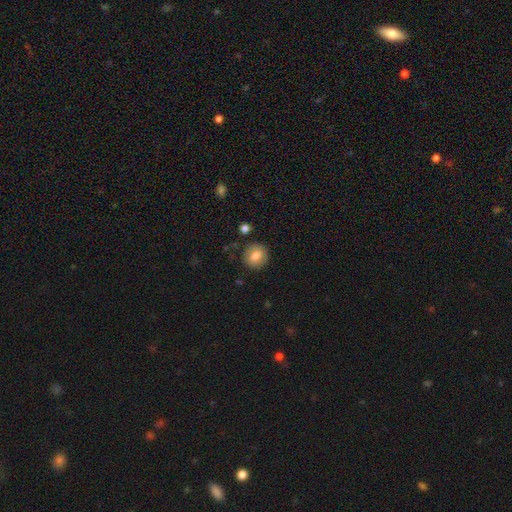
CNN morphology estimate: This is likely a smooth galaxy (76%). How rounded: clearly round (85%). Merging: clearly none (87%).